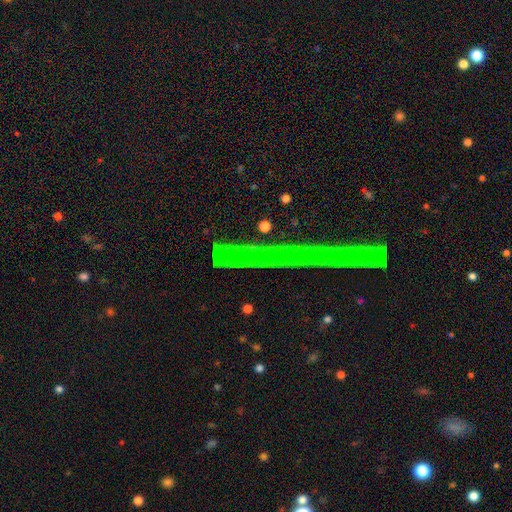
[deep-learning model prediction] Smooth or featured?
  - star or artifact: 48% *
  - featured or disk: 31%
  - smooth: 21%